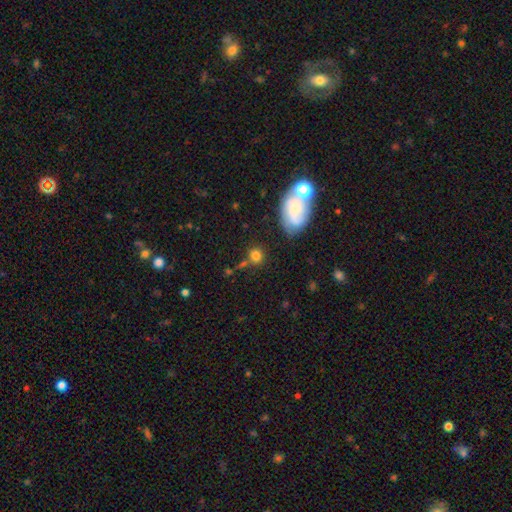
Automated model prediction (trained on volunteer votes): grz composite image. It shows a smooth galaxy with no disk features (77%) that is round (82%). Merging: none (73%).